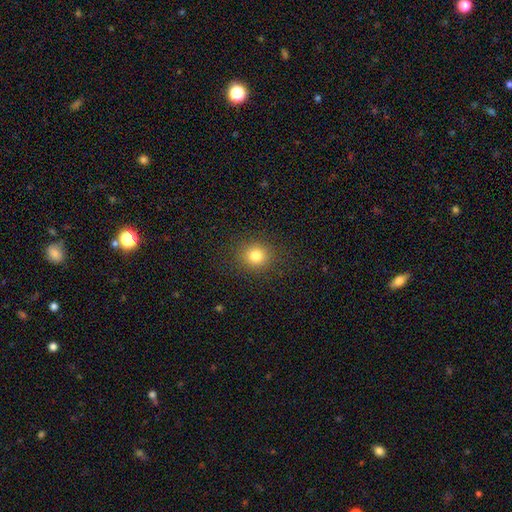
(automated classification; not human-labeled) Smooth or featured?
  - smooth: 80% *
  - star or artifact: 13%
  - featured or disk: 7%
How rounded?
  - round: 84% *
  - in between: 15%
  - cigar-shaped: 1%
Merging?
  - none: 89% *
  - minor disturbance: 7%
  - major disturbance: 3%
  - merger: 1%